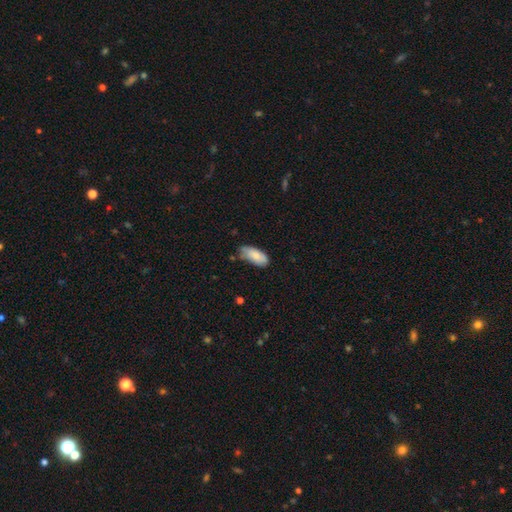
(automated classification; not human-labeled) Smooth or featured: smooth — 82% (featured or disk — 11%)
How rounded: in between — 88% (cigar-shaped — 10%)
Merging: none — 57% (minor disturbance — 33%)